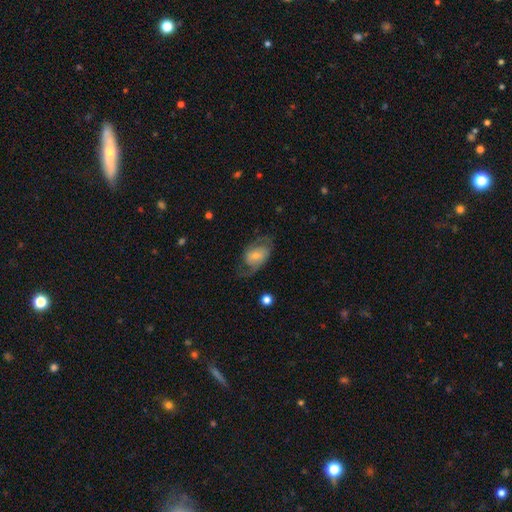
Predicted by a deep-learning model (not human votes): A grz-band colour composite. It shows a featured or disk galaxy (64%) with no bar (56%), 2 (77%) medium (43%) spiral arms (83%) and a small central bulge (45%, tied with moderate). Merging: none (55%).